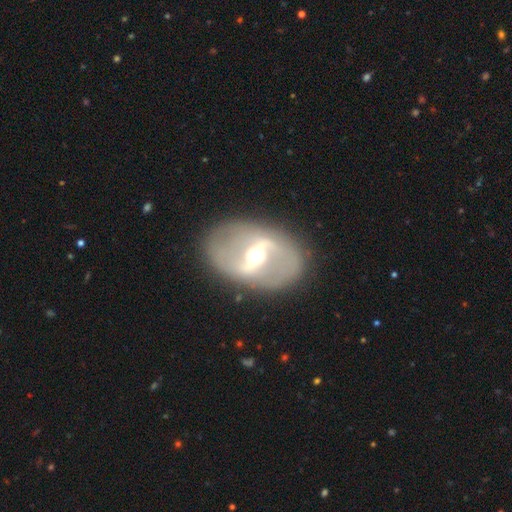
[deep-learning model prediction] smooth_or_featured: featured or disk (p=0.83) [alt: smooth p=0.11]
disk_edge_on: no (p=0.93) [alt: yes p=0.07]
bar: strong (p=0.64) [alt: weak p=0.28]
has_spiral_arms: yes (p=0.59) [alt: no p=0.41]
bulge_size: moderate (p=0.65) [alt: small p=0.24]
merging: none (p=0.84) [alt: minor disturbance p=0.10]